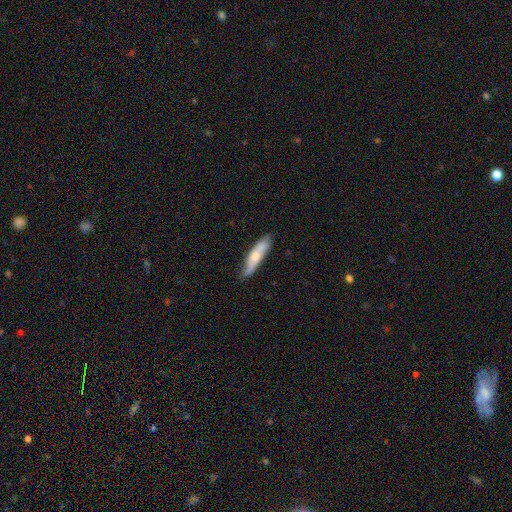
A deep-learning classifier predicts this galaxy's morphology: Overall: smooth (59%; featured or disk 35%). How rounded: cigar-shaped (73%). Merging: none (74%).